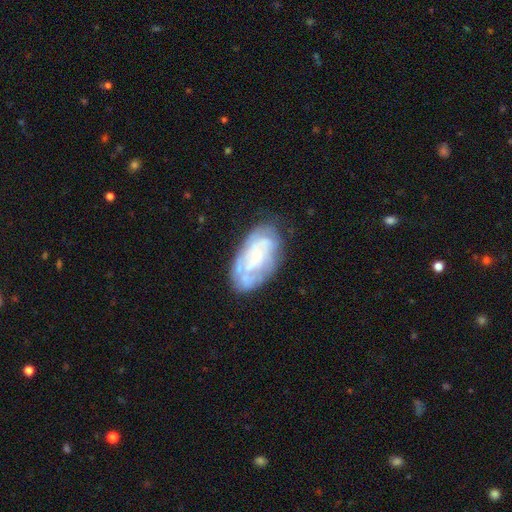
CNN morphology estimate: smooth_or_featured: featured or disk (p=0.67) [alt: smooth p=0.26]
disk_edge_on: no (p=0.95) [alt: yes p=0.05]
bar: no (p=0.74) [alt: weak p=0.21]
has_spiral_arms: yes (p=0.64) [alt: no p=0.36]
bulge_size: small (p=0.60) [alt: moderate p=0.23]
merging: none (p=0.64) [alt: minor disturbance p=0.23]